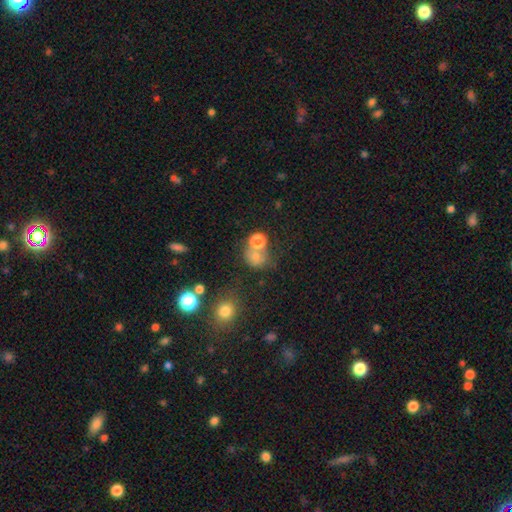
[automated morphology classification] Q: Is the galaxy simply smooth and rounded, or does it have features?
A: smooth — 68%.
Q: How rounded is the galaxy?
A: round — 74%.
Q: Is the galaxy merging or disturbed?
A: none — 48%.